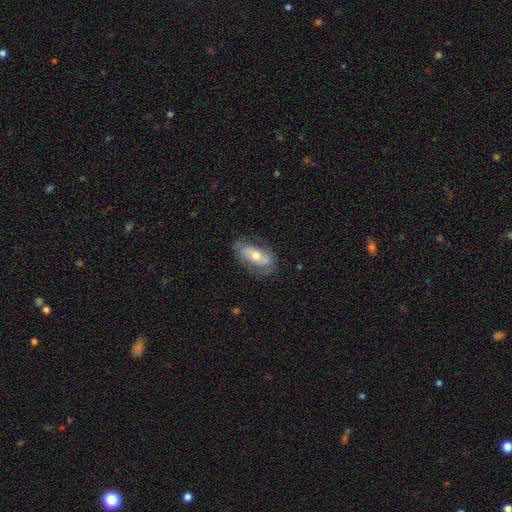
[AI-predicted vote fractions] This appears to be a smooth galaxy with no disk features (47%, tied with featured or disk). Merging: none (66%).